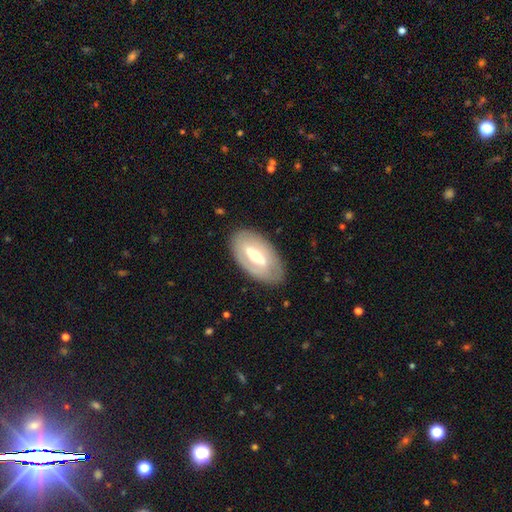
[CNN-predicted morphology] Smooth or featured? Predicted: featured or disk (p=0.63). Edge-on disk? Predicted: no (p=0.88). Bar? Predicted: strong (p=0.41). Spiral arms? Predicted: no (p=0.66). Bulge size? Predicted: moderate (p=0.66). Merging? Predicted: none (p=0.83).